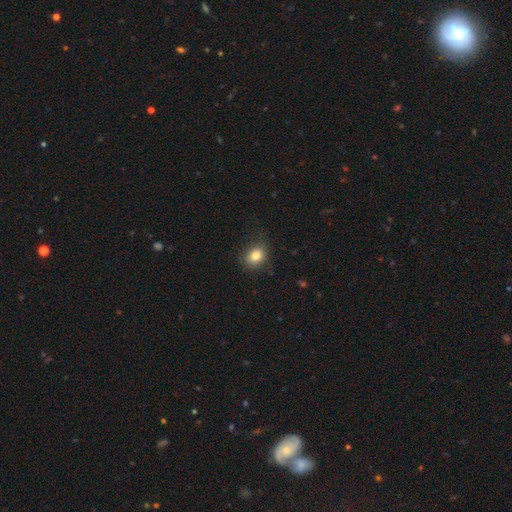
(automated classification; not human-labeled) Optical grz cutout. It shows a smooth galaxy with no disk features (83%) that is in between round and cigar-shaped (53%). Merging: none (79%).